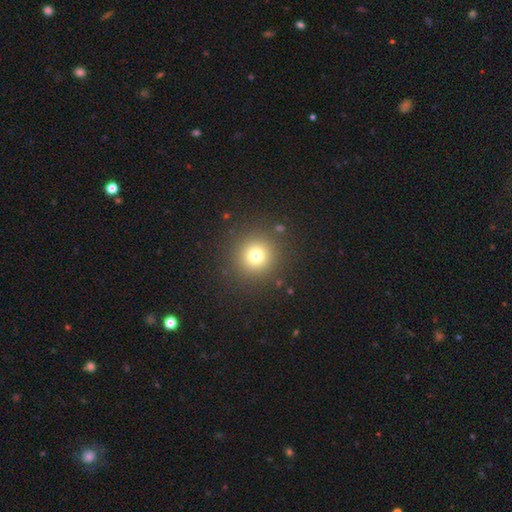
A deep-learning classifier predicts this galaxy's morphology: type=smooth (74%); roundness=round (95%); merging=none (89%).